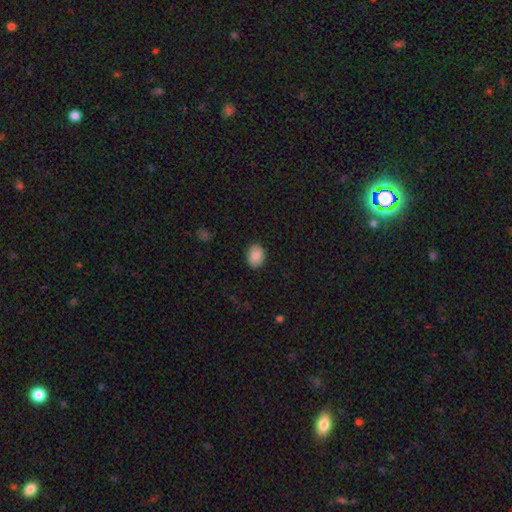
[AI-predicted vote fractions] Smooth or featured? Predicted: smooth (p=0.87). How rounded? Predicted: in between (p=0.61). Merging? Predicted: none (p=0.89).